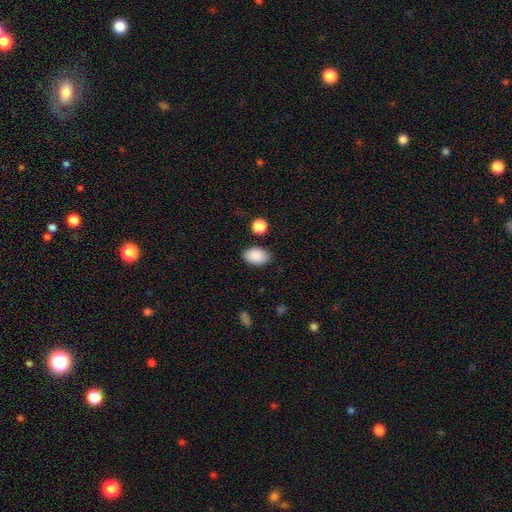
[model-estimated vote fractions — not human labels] A smooth galaxy with no disk features (90%) that is in between round and cigar-shaped (88%).

Vote fractions:
- Smooth or featured? smooth: 90% / star or artifact: 7% / featured or disk: 4%
- How rounded? in between: 88% / round: 10% / cigar-shaped: 1%
- Merging? none: 83% / minor disturbance: 11% / merger: 3% / major disturbance: 3%